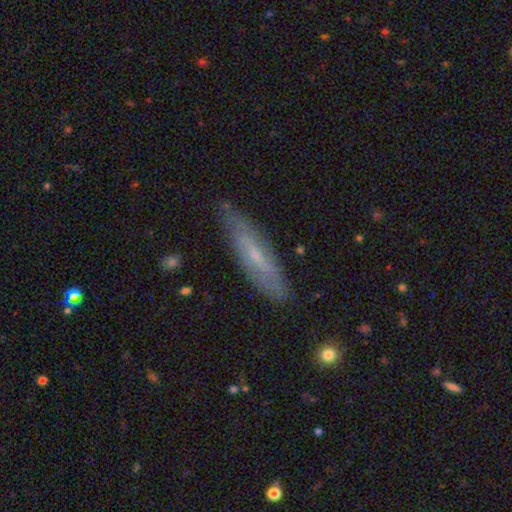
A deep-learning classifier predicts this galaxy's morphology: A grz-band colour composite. It shows a featured or disk galaxy (54%) viewed edge-on (52%). Merging: none (80%).